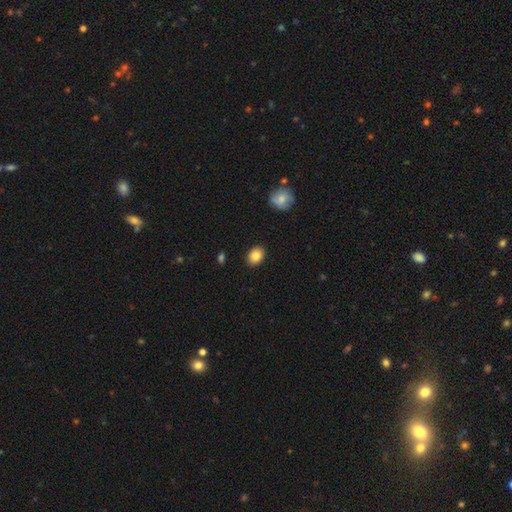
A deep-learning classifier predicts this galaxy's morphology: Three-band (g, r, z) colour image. It shows a smooth galaxy with no disk features (84%) that is in between round and cigar-shaped (57%). Merging: none (90%).